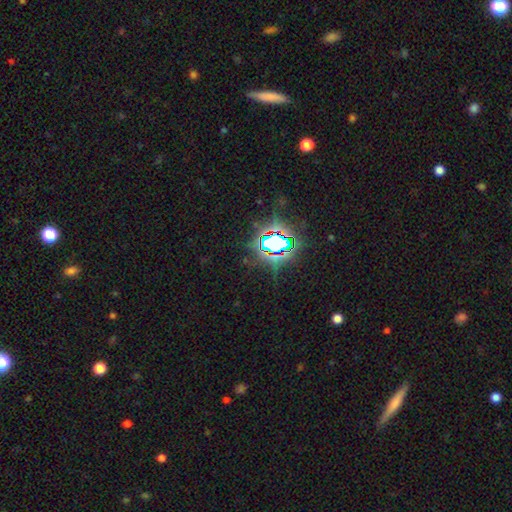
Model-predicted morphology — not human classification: Smooth or featured?
  - star or artifact: 80% *
  - smooth: 12%
  - featured or disk: 8%